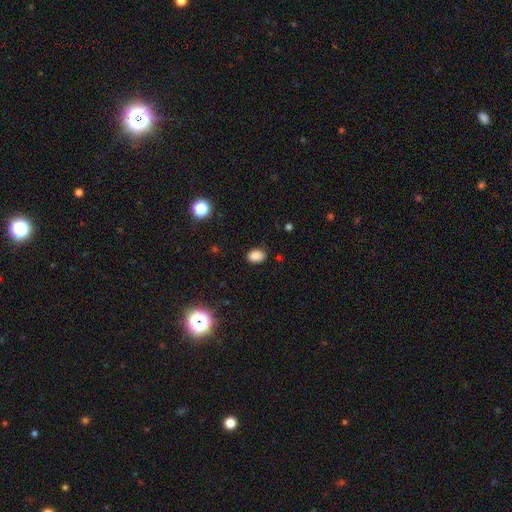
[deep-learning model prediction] smooth 86%, star or artifact 11%, featured or disk 4%. Down the decision tree: how rounded — in between (78%); merging — none (85%).